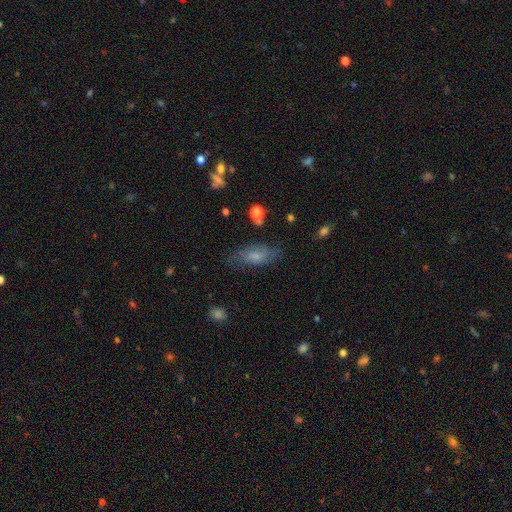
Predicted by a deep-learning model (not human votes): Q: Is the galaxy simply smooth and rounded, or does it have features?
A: smooth — 61%.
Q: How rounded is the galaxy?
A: in between — 79%.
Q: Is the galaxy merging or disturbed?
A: none — 70%.